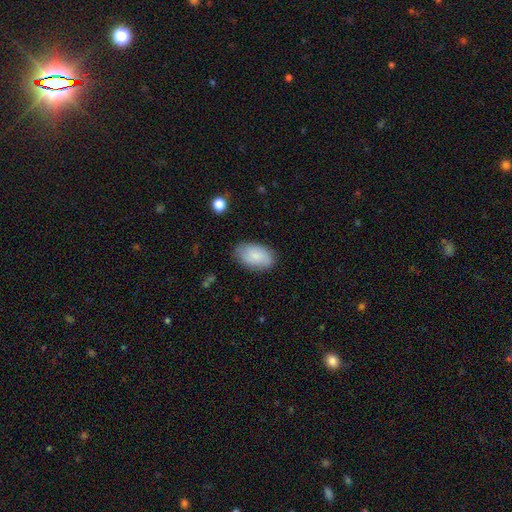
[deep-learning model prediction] Smooth or featured? smooth (80%)
How rounded? in between (94%)
Merging? none (82%)